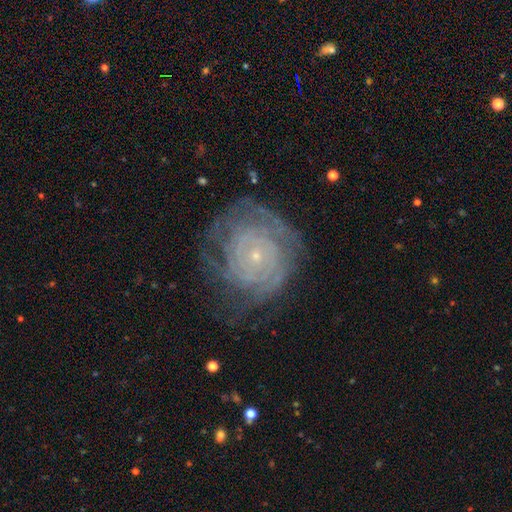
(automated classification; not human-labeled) This is likely a featured or disk galaxy (79%). It is clearly not viewed edge-on (97%). Bar: clearly no (83%). Spiral arm pattern: clearly yes (88%). Spiral arm count: possibly can't tell (47%). Spiral winding: clearly tight (81%). Central bulge: clearly small (86%). Merging: likely none (67%).